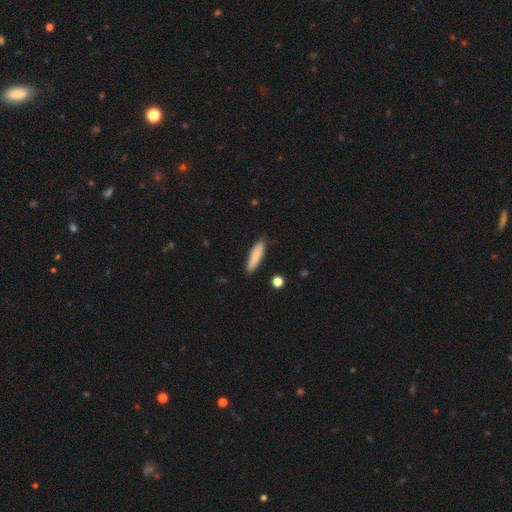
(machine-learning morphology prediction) type=smooth (85%); roundness=cigar-shaped (70%); merging=none (85%).